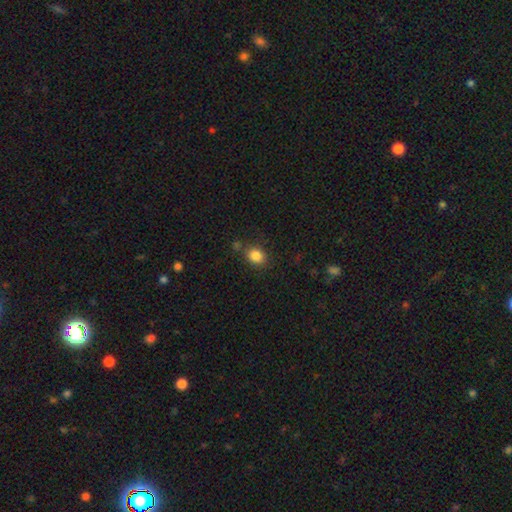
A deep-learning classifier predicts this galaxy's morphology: smooth 85%, star or artifact 10%, featured or disk 5%. Down the decision tree: how rounded — round (58%); merging — none (78%).